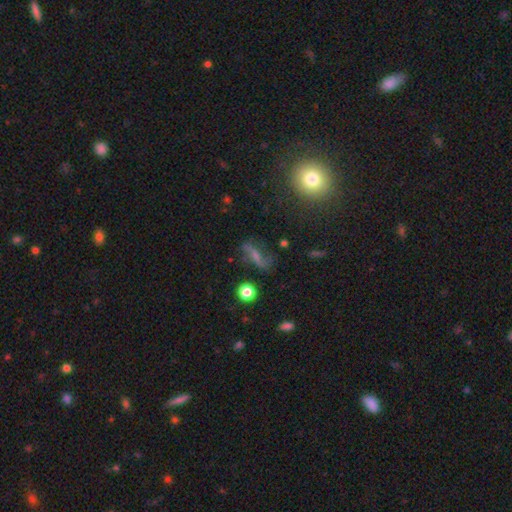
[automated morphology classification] Smooth or featured: featured or disk — 61% (smooth — 23%)
Edge-on disk: no — 87% (yes — 13%)
Bar: weak — 37% (strong — 35%)
Spiral arms: yes — 86% (no — 14%)
Bulge size: small — 45% (moderate — 27%)
Merging: none — 71% (minor disturbance — 16%)